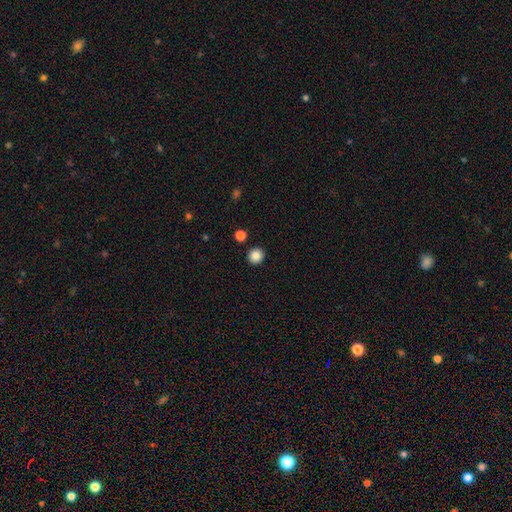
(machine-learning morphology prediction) Q: Smooth or featured?
A: smooth (86%); runner-up: star or artifact (10%)
Q: How rounded?
A: round (92%); runner-up: in between (7%)
Q: Merging?
A: none (91%); runner-up: minor disturbance (5%)